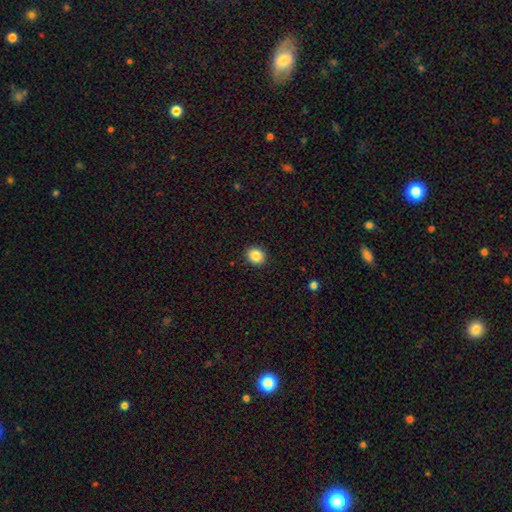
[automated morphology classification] A smooth galaxy with no disk features (86%) that is round (70%).

Vote fractions:
- Smooth or featured? smooth: 86% / star or artifact: 9% / featured or disk: 4%
- How rounded? round: 70% / in between: 30% / cigar-shaped: 1%
- Merging? none: 92% / minor disturbance: 6% / major disturbance: 2% / merger: 1%